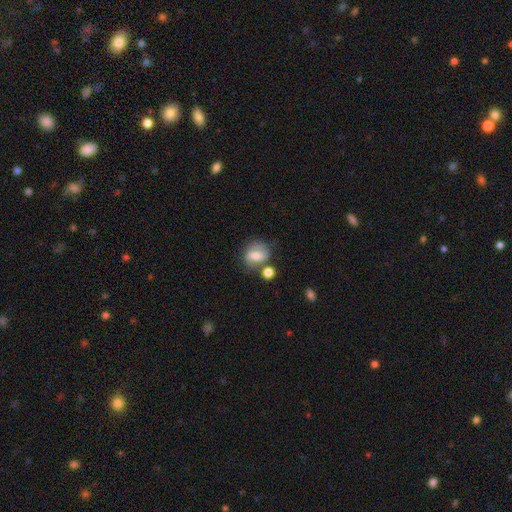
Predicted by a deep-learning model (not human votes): smooth 52%, featured or disk 38%, star or artifact 10%. Down the decision tree: how rounded — round (57%); merging — none (54%).